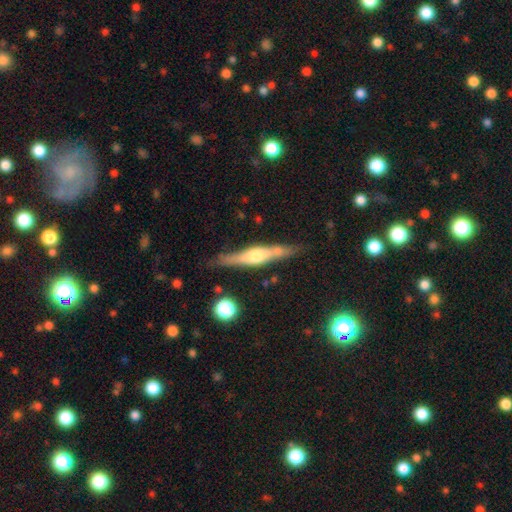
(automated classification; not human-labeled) smooth-or-featured: featured or disk: 66% | smooth: 28% | star or artifact: 6%
  disk-edge-on: yes: 95% | no: 5%
    edge-on-bulge: rounded: 84% | boxy: 12% | none: 5%
  merging: none: 78% | minor disturbance: 14% | merger: 5% | major disturbance: 3%